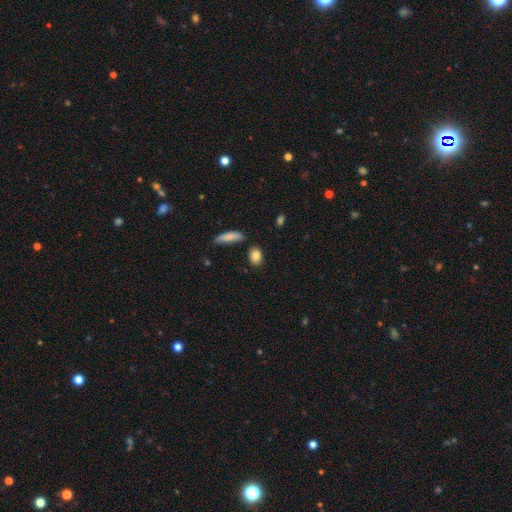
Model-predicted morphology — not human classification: smooth-or-featured: smooth: 84% | star or artifact: 8% | featured or disk: 7%
  how-rounded: in between: 74% | round: 21% | cigar-shaped: 4%
  merging: none: 79% | minor disturbance: 13% | merger: 5% | major disturbance: 3%